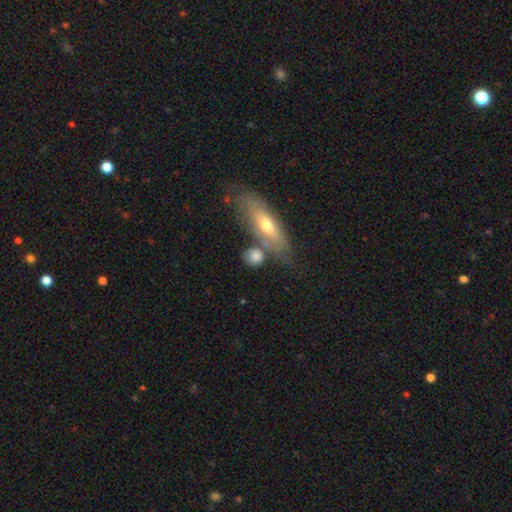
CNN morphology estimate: Smooth or featured? Predicted: smooth (p=0.74). How rounded? Predicted: round (p=0.54). Merging? Predicted: none (p=0.56).